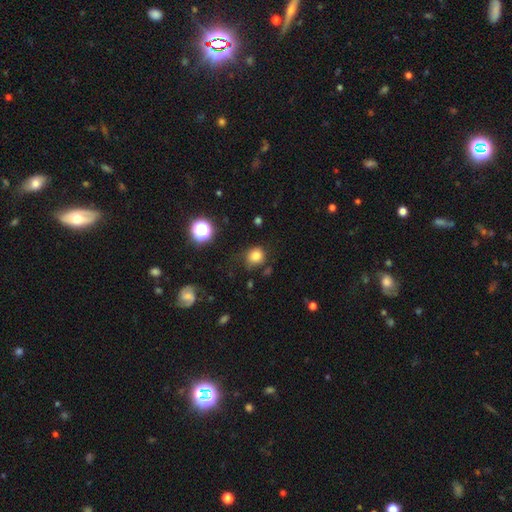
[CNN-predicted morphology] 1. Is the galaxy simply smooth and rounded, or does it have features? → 80% smooth, 13% star or artifact, 7% featured or disk.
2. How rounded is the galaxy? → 77% round, 22% in between, 1% cigar-shaped.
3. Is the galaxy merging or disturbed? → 67% none, 22% minor disturbance, 8% major disturbance, 3% merger.